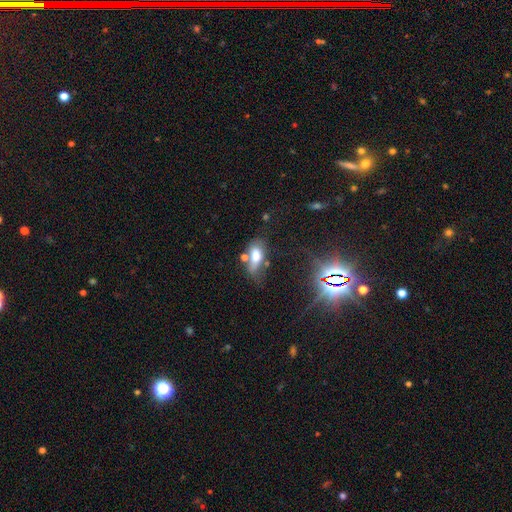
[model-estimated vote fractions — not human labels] This is likely a smooth galaxy (65%). How rounded: clearly in between (85%). Merging: marginally none (31%).